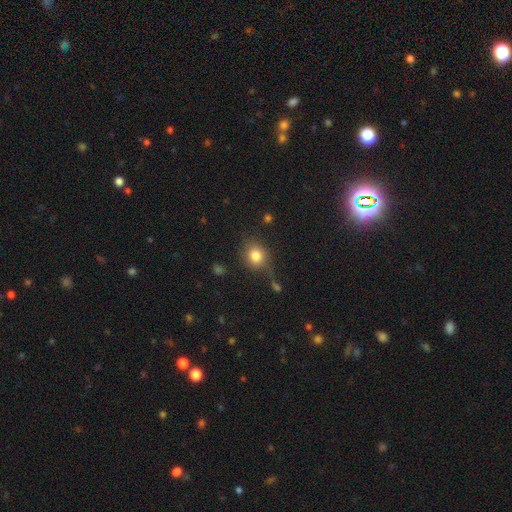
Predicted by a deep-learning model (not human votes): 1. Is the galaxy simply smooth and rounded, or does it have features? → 81% smooth, 11% star or artifact, 8% featured or disk.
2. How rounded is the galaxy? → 70% round, 29% in between, 1% cigar-shaped.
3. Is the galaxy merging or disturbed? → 67% none, 18% minor disturbance, 8% major disturbance, 6% merger.